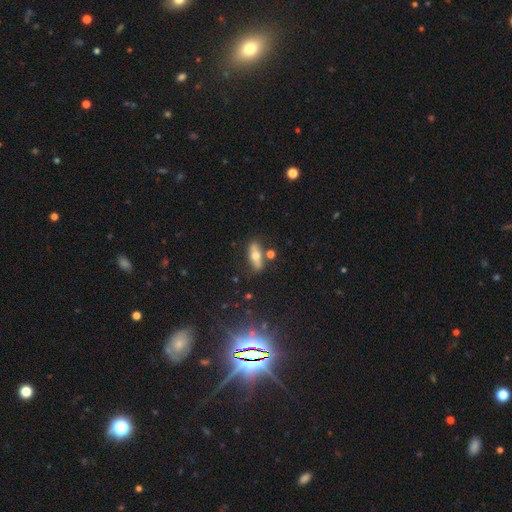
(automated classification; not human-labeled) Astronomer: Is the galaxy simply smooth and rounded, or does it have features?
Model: smooth — 50% (runner-up: featured or disk, 40%).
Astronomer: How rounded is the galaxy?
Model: in between — 53% (runner-up: cigar-shaped, 42%).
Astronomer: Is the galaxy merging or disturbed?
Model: none — 73%.